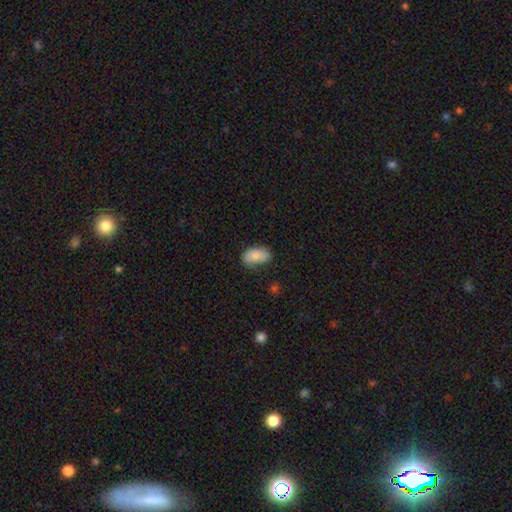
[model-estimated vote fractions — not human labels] Smooth or featured? smooth (82%)
How rounded? in between (93%)
Merging? none (71%)